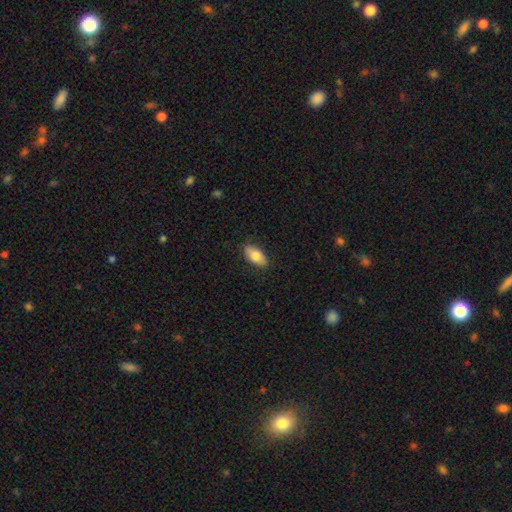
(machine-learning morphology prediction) smooth_or_featured: smooth (p=0.78) [alt: featured or disk p=0.15]
how_rounded: in between (p=0.91) [alt: cigar-shaped p=0.05]
merging: none (p=0.86) [alt: minor disturbance p=0.11]